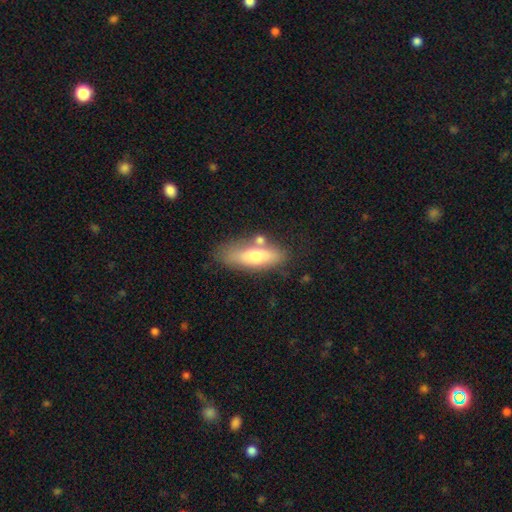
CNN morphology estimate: This is likely a smooth galaxy (60%). How rounded: possibly in between (58%). Merging: likely none (67%).